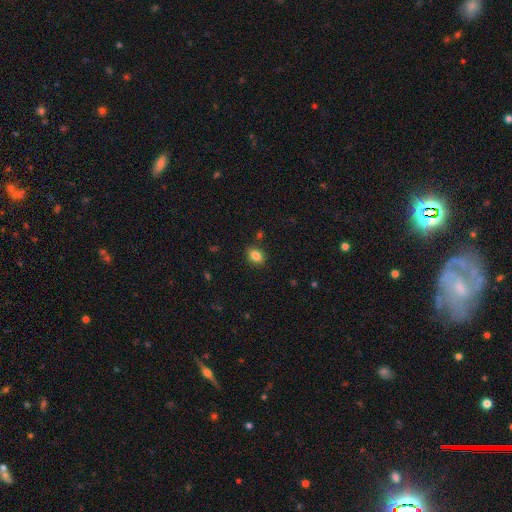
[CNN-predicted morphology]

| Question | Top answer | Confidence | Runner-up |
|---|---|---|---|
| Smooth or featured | smooth | 84% | star or artifact (10%) |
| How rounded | in between | 66% | round (33%) |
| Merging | none | 85% | minor disturbance (10%) |